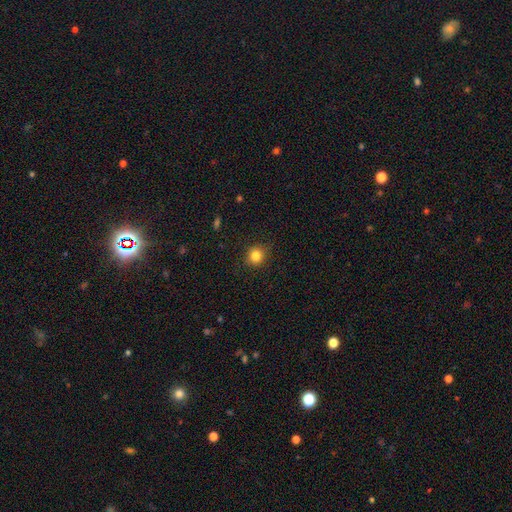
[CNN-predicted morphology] Overall: smooth (83%). How rounded: round (87%). Merging: none (87%).